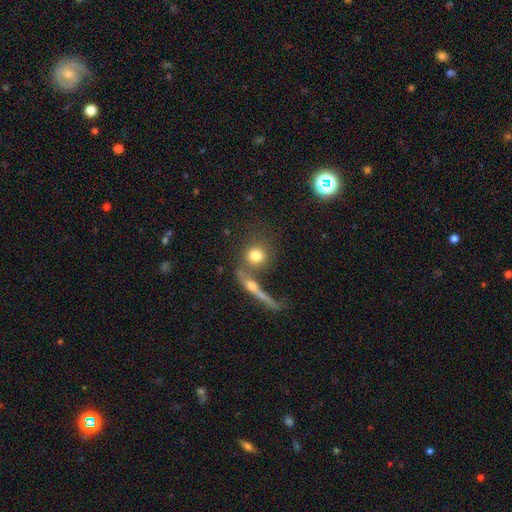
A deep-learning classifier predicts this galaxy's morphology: type=smooth (73%); roundness=round (83%); merging=none (56%).